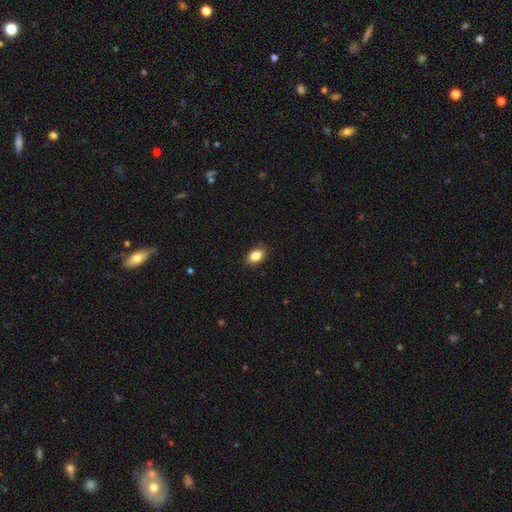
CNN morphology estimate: Smooth or featured? smooth (85%)
How rounded? in between (81%)
Merging? none (84%)